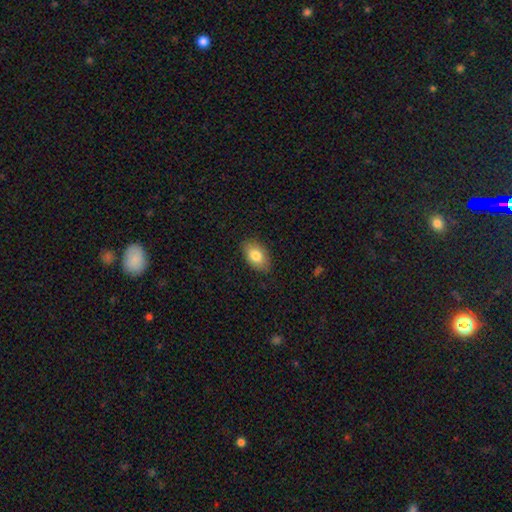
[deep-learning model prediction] Smooth or featured? Predicted: smooth (p=0.82). How rounded? Predicted: in between (p=0.89). Merging? Predicted: none (p=0.86).